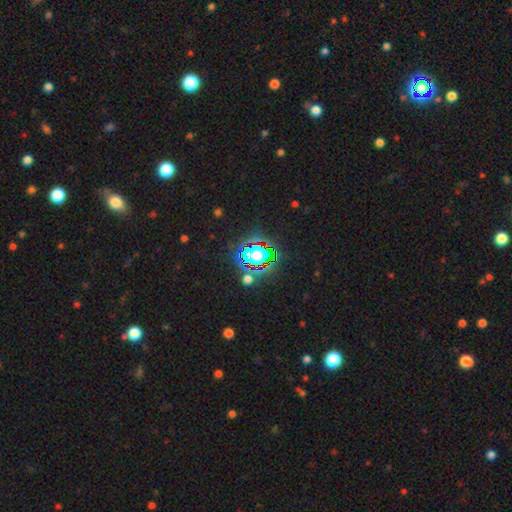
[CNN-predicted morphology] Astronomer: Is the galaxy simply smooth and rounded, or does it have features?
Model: star or artifact — 68%.